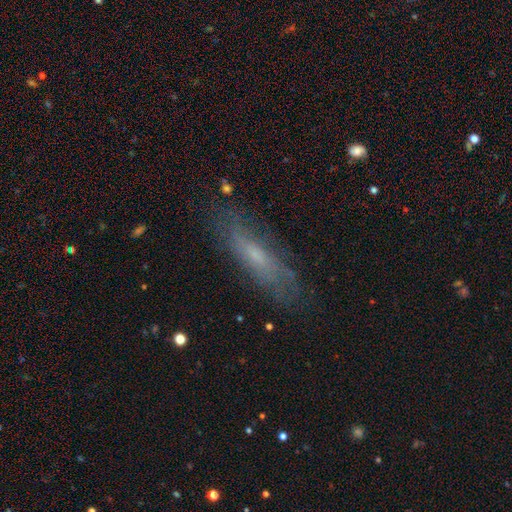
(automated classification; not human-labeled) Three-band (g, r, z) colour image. It shows a featured or disk galaxy (47%). Merging: none (77%).